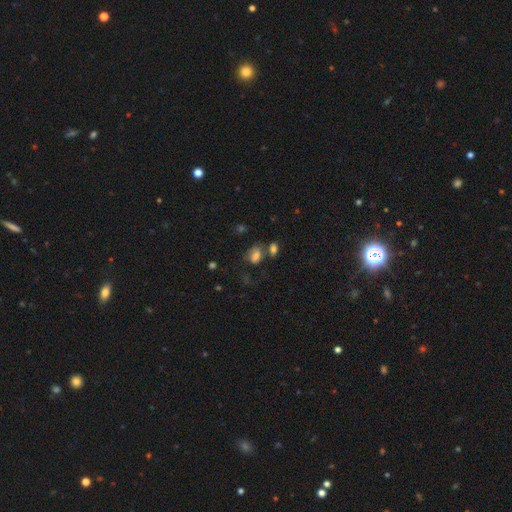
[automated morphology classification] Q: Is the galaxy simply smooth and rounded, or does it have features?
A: smooth — 66%.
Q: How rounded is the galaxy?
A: in between — 74%.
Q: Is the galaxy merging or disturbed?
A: none — 43%.